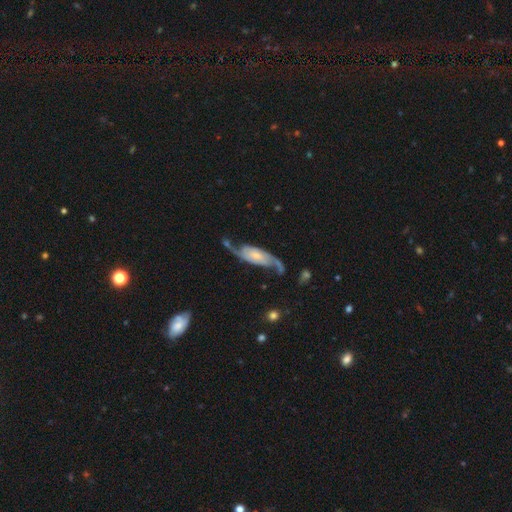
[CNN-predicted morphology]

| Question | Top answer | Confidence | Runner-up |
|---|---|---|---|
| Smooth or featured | featured or disk | 86% | smooth (10%) |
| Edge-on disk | no | 92% | yes (8%) |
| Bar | no | 58% | weak (30%) |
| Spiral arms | yes | 96% | no (4%) |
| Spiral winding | loose | 53% | medium (33%) |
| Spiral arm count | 2 | 92% | can't tell (3%) |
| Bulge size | small | 59% | moderate (27%) |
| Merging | none | 60% | minor disturbance (20%) |